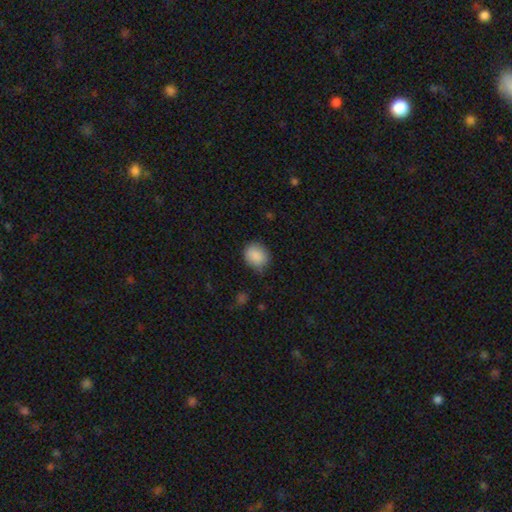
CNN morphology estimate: Smooth or featured? Predicted: smooth (p=0.88). How rounded? Predicted: round (p=0.70). Merging? Predicted: none (p=0.77).